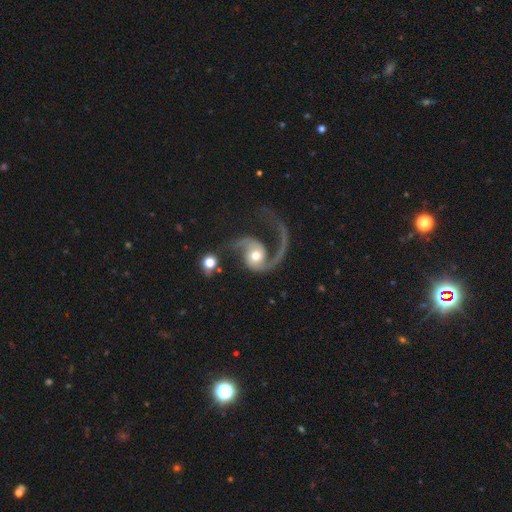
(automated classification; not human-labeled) Smooth or featured? Predicted: featured or disk (p=0.89). Edge-on disk? Predicted: no (p=0.98). Bar? Predicted: no (p=0.67). Spiral arms? Predicted: yes (p=0.97). Spiral winding? Predicted: loose (p=0.63). Spiral arm count? Predicted: 2 (p=0.80). Bulge size? Predicted: moderate (p=0.69). Merging? Predicted: none (p=0.50).